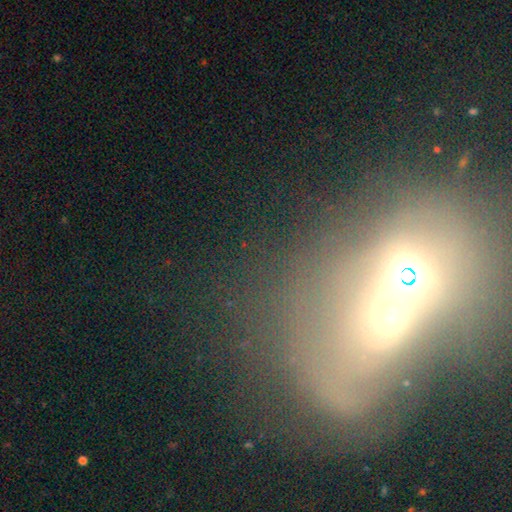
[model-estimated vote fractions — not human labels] smooth-or-featured: star or artifact: 34% (tied) | featured or disk: 34% (tied) | smooth: 32%